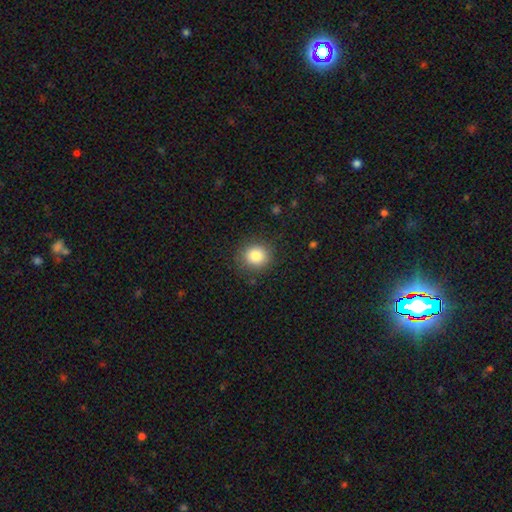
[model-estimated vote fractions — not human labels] A smooth galaxy with no disk features (83%) that is round (85%). Merging: none (86%).